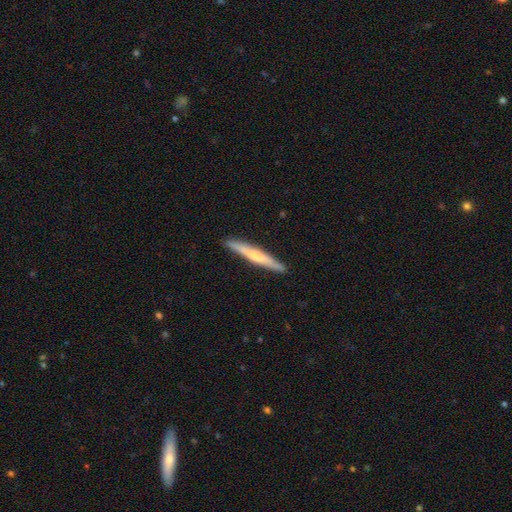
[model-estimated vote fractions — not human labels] Smooth or featured?
  - featured or disk: 51% *
  - smooth: 43%
  - star or artifact: 5%
Edge-on disk?
  - yes: 96% *
  - no: 4%
Merging?
  - none: 91% *
  - minor disturbance: 7%
  - major disturbance: 1%
  - merger: 1%